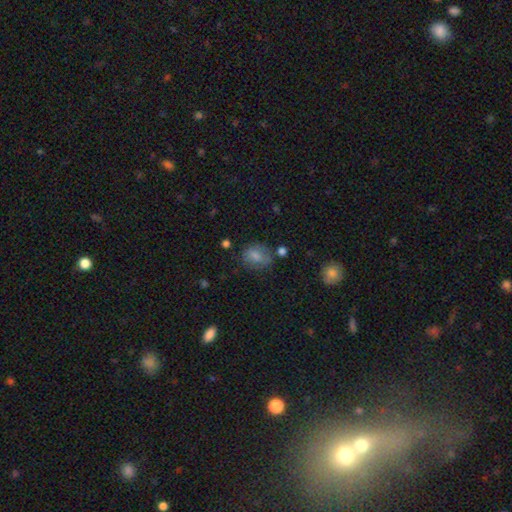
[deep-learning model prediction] smooth-or-featured: smooth: 76% | featured or disk: 14% | star or artifact: 10%
  how-rounded: in between: 54% | round: 45% | cigar-shaped: 1%
  merging: none: 62% | minor disturbance: 23% | major disturbance: 10% | merger: 5%